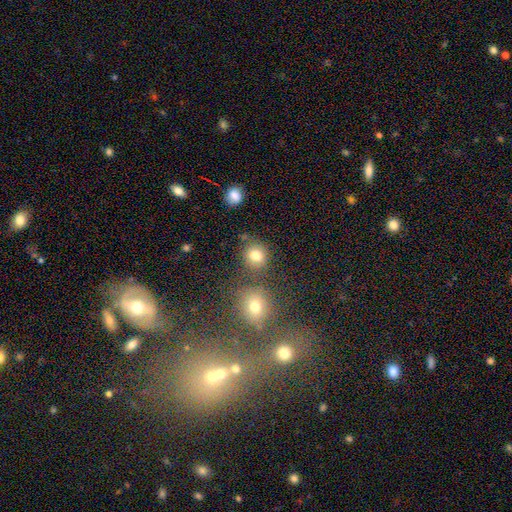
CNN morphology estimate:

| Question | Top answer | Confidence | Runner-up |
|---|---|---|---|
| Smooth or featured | smooth | 78% | star or artifact (14%) |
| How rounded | round | 81% | in between (18%) |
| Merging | none | 74% | merger (12%) |